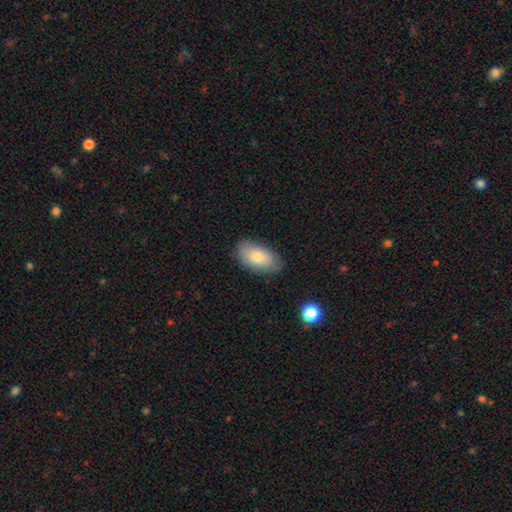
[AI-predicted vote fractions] Overall: smooth (77%). How rounded: in between (94%). Merging: none (83%).